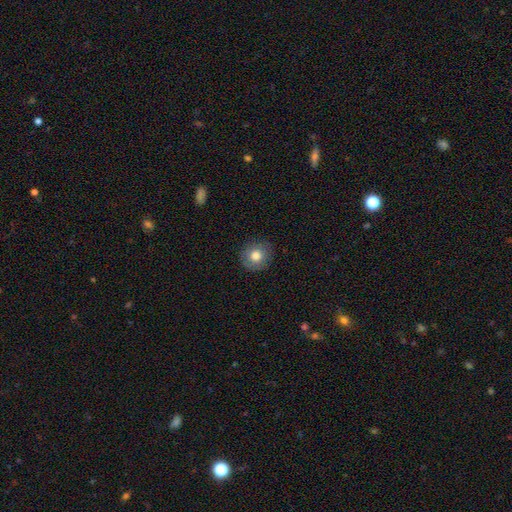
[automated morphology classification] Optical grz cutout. It shows a smooth galaxy with no disk features (79%) that is round (87%). Merging: none (87%).